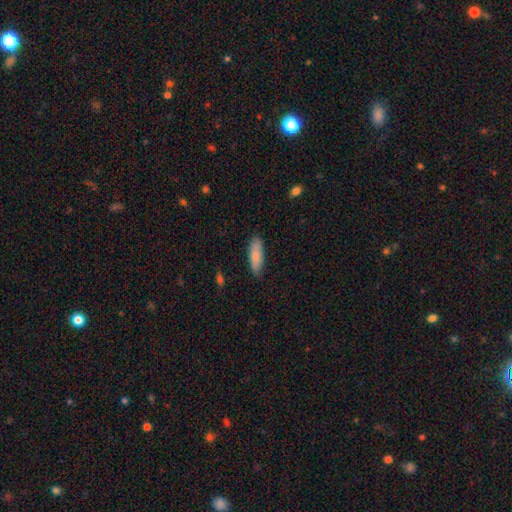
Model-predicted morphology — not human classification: Smooth or featured?
  - smooth: 81% *
  - featured or disk: 14%
  - star or artifact: 6%
How rounded?
  - in between: 59% *
  - cigar-shaped: 39%
  - round: 2%
Merging?
  - none: 81% *
  - minor disturbance: 16%
  - major disturbance: 2%
  - merger: 1%